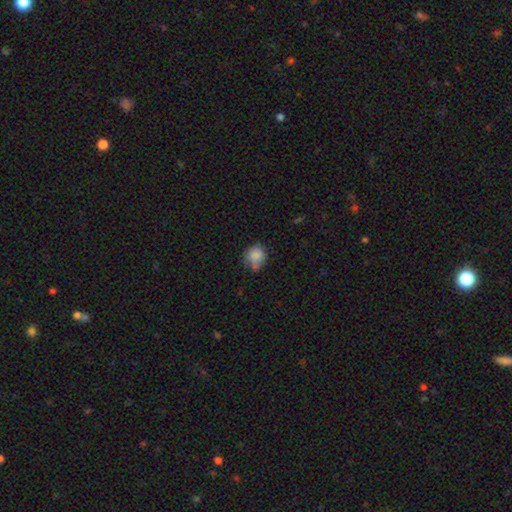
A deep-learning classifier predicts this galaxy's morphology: smooth 82%, star or artifact 9%, featured or disk 8%. Down the decision tree: how rounded — round (73%); merging — none (52%).